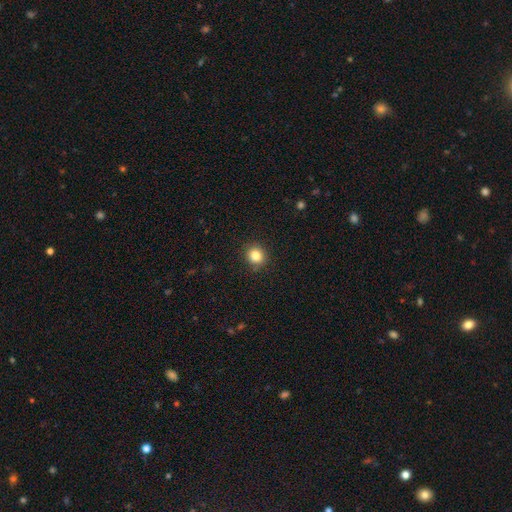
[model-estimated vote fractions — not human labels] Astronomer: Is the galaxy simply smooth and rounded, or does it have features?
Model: smooth — 83%.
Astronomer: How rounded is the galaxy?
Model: round — 88%.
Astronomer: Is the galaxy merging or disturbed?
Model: none — 90%.